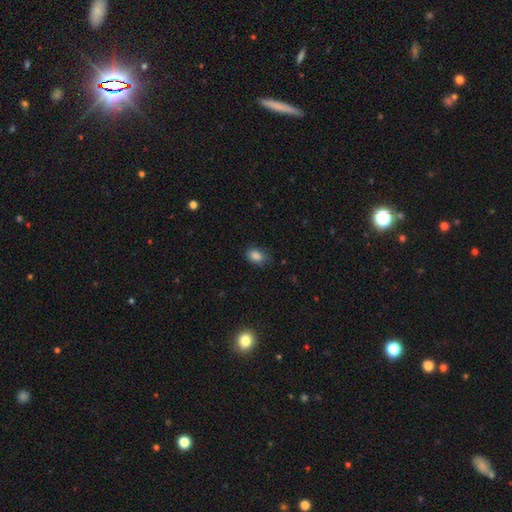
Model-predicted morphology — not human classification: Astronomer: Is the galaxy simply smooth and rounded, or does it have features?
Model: smooth — 86%.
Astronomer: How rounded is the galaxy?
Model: in between — 81%.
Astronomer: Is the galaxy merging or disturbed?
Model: none — 76%.